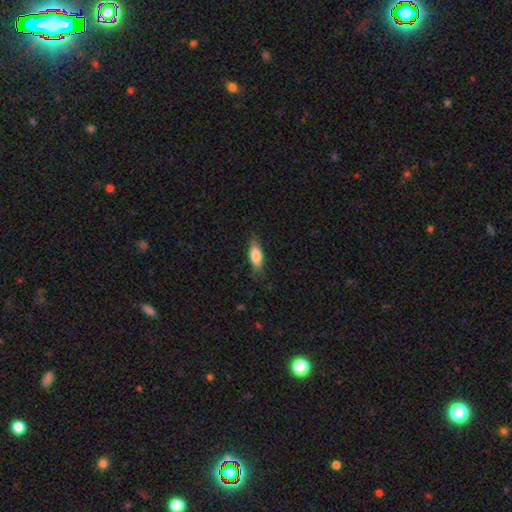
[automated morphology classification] Smooth or featured? Predicted: smooth (p=0.76). How rounded? Predicted: in between (p=0.70). Merging? Predicted: none (p=0.79).